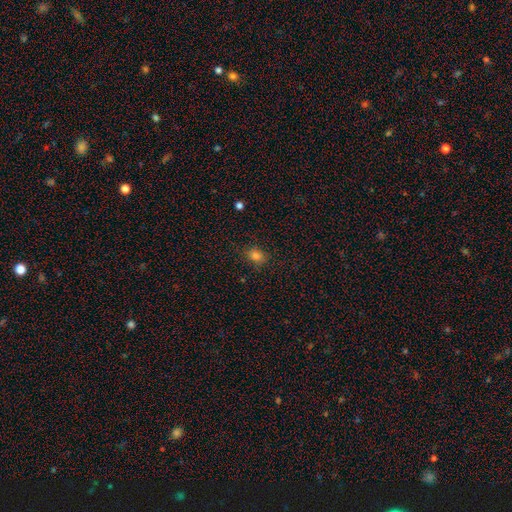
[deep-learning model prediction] A smooth galaxy with no disk features (79%) that is in between round and cigar-shaped (52%).

Vote fractions:
- Smooth or featured? smooth: 79% / star or artifact: 15% / featured or disk: 6%
- How rounded? in between: 52% / round: 47% / cigar-shaped: 1%
- Merging? none: 84% / minor disturbance: 12% / major disturbance: 3% / merger: 1%